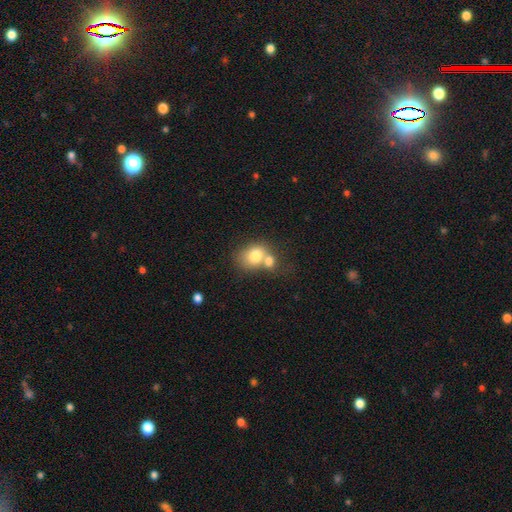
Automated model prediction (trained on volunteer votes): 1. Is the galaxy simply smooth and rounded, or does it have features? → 75% smooth, 16% featured or disk, 9% star or artifact.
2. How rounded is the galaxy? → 50% round, 49% in between, 1% cigar-shaped.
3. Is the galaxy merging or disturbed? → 59% merger, 28% none, 9% minor disturbance, 4% major disturbance.